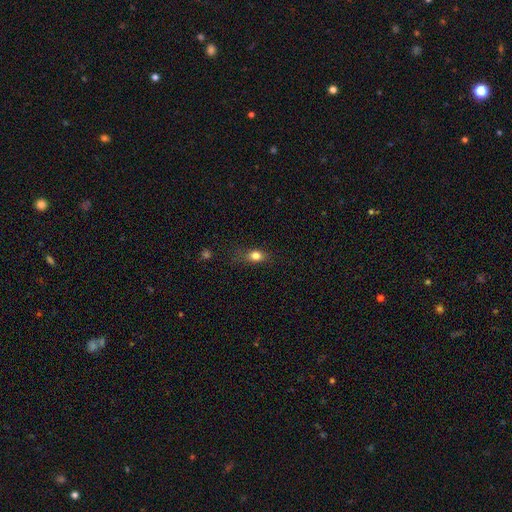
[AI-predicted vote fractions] smooth-or-featured: smooth: 79% | star or artifact: 12% | featured or disk: 9%
  how-rounded: in between: 62% | round: 32% | cigar-shaped: 7%
  merging: none: 70% | minor disturbance: 21% | major disturbance: 8% | merger: 2%